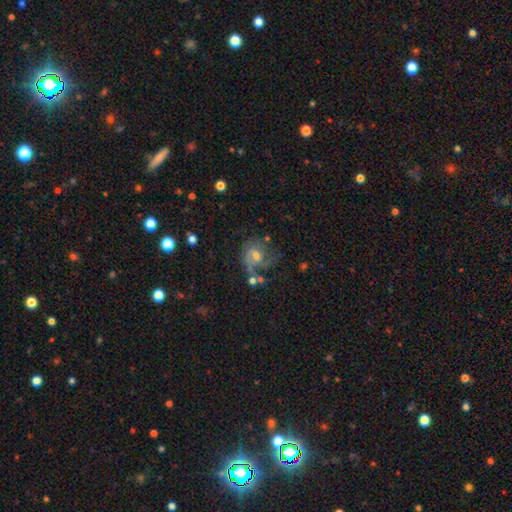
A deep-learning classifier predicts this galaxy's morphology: Smooth or featured?
  - featured or disk: 70% *
  - smooth: 20%
  - star or artifact: 10%
Edge-on disk?
  - no: 98% *
  - yes: 2%
Bar?
  - no: 52% *
  - weak: 41%
  - strong: 7%
Spiral arms?
  - yes: 87% *
  - no: 13%
Spiral winding?
  - medium: 45% *
  - tight: 31%
  - loose: 23%
Spiral arm count?
  - 2: 45% *
  - 1: 29%
  - can't tell: 16%
  - 3: 6%
  - 4: 2%
  - more than 4: 2%
Bulge size?
  - moderate: 61% *
  - small: 28%
  - large: 6%
  - none: 3%
  - dominant: 1%
Merging?
  - none: 40% *
  - major disturbance: 26%
  - minor disturbance: 22%
  - merger: 12%